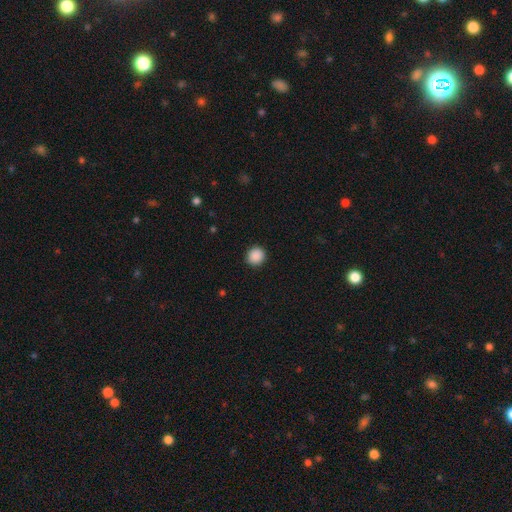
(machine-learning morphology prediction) A smooth galaxy with no disk features (89%) that is round (90%).

Vote fractions:
- Smooth or featured? smooth: 89% / star or artifact: 8% / featured or disk: 2%
- How rounded? round: 90% / in between: 9% / cigar-shaped: 1%
- Merging? none: 91% / minor disturbance: 6% / major disturbance: 2% / merger: 1%